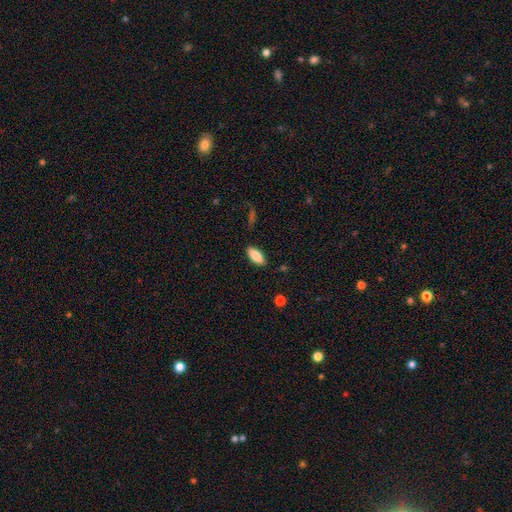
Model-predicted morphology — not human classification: smooth_or_featured: smooth (p=0.84) [alt: featured or disk p=0.09]
how_rounded: in between (p=0.82) [alt: cigar-shaped p=0.16]
merging: none (p=0.85) [alt: minor disturbance p=0.11]